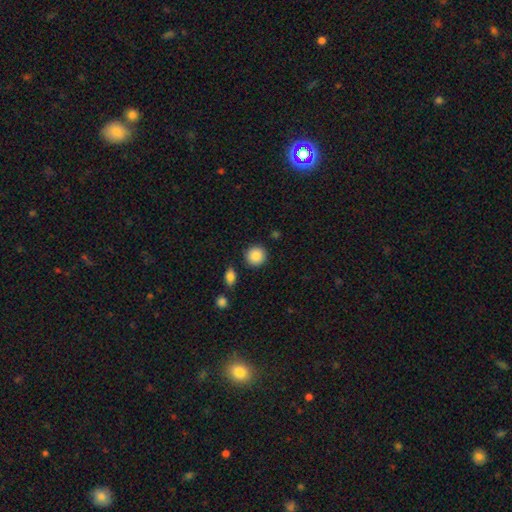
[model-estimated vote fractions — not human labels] Smooth or featured? Predicted: smooth (p=0.88). How rounded? Predicted: round (p=0.92). Merging? Predicted: none (p=0.89).